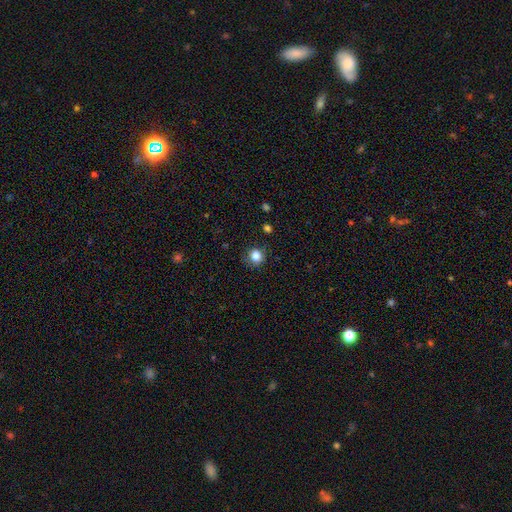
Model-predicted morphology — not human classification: Smooth or featured? smooth (83%)
How rounded? round (88%)
Merging? none (83%)